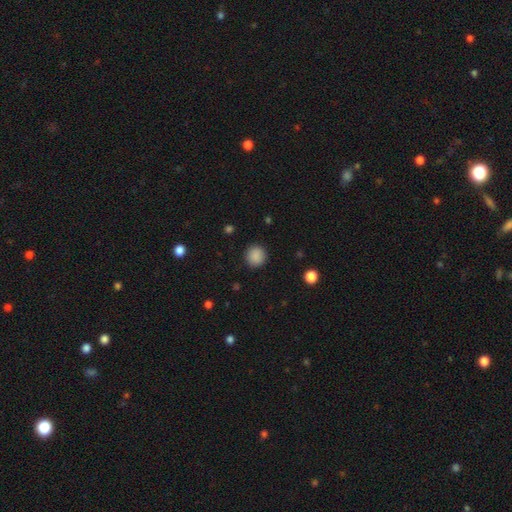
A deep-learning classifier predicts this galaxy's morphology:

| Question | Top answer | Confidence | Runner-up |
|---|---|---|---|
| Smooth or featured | smooth | 88% | star or artifact (9%) |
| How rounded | round | 91% | in between (9%) |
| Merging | none | 89% | minor disturbance (7%) |